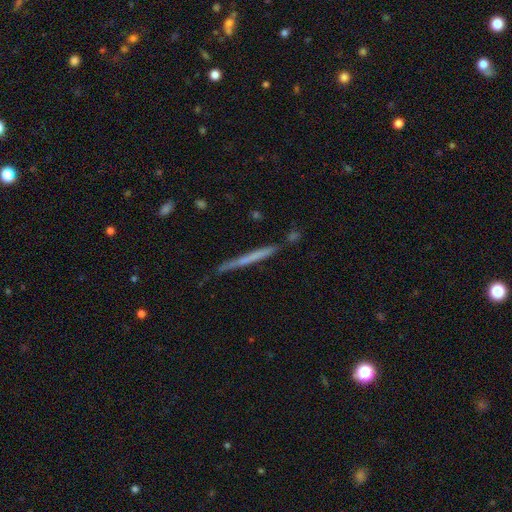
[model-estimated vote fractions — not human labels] Smooth or featured: smooth — 49% (featured or disk — 44%)
Merging: none — 78% (minor disturbance — 16%)